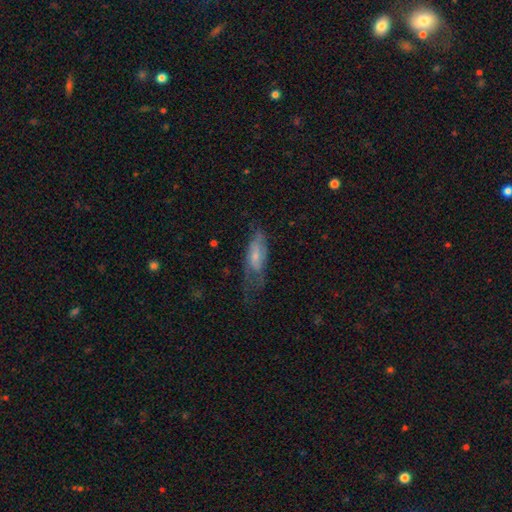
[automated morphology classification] smooth_or_featured: featured or disk (p=0.46) [tied with: smooth p=0.46]
merging: none (p=0.38) [alt: major disturbance p=0.30]